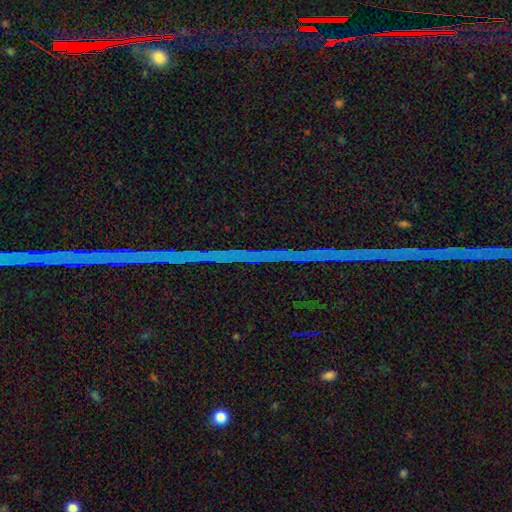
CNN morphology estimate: Smooth or featured? Predicted: star or artifact (p=0.83).